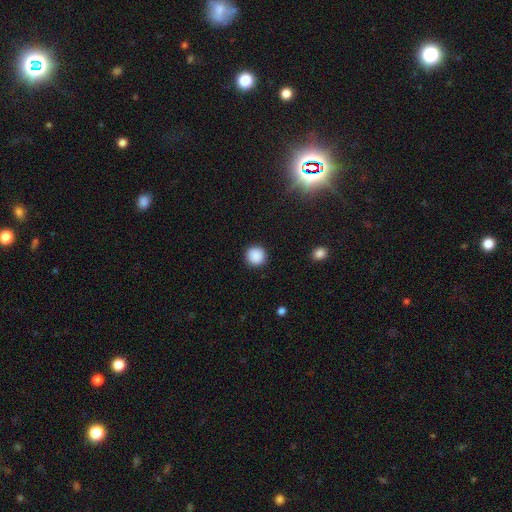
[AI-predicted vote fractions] Smooth or featured?
  - smooth: 88% *
  - star or artifact: 9%
  - featured or disk: 3%
How rounded?
  - round: 95% *
  - in between: 4%
  - cigar-shaped: 1%
Merging?
  - none: 92% *
  - minor disturbance: 5%
  - major disturbance: 2%
  - merger: 1%